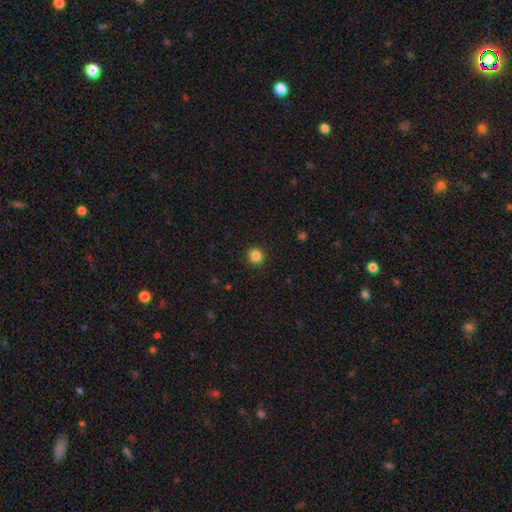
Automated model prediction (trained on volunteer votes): Morphology: type=smooth (85%); roundness=round (93%); merging=none (92%).